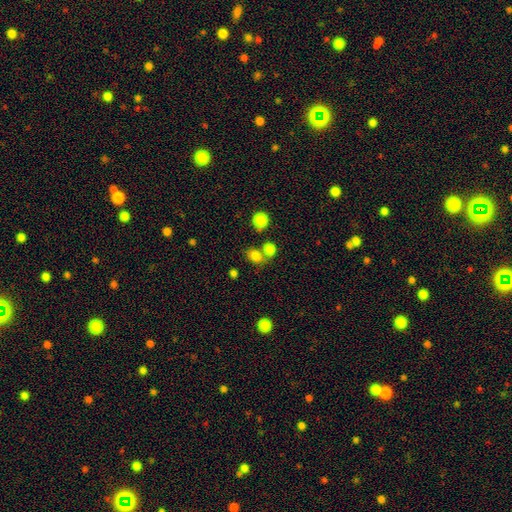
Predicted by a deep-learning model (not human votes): A smooth galaxy with no disk features (80%) that is round (50%).

Vote fractions:
- Smooth or featured? smooth: 80% / star or artifact: 14% / featured or disk: 6%
- How rounded? round: 50% / in between: 49% / cigar-shaped: 1%
- Merging? none: 58% / merger: 26% / minor disturbance: 11% / major disturbance: 5%